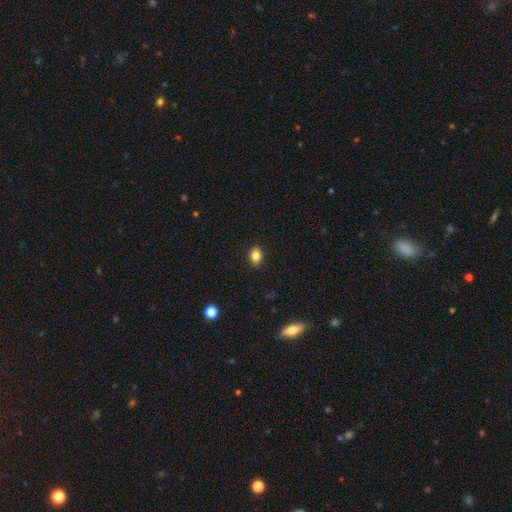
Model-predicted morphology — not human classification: smooth 84%, star or artifact 10%, featured or disk 6%. Down the decision tree: how rounded — in between (66%); merging — none (90%).